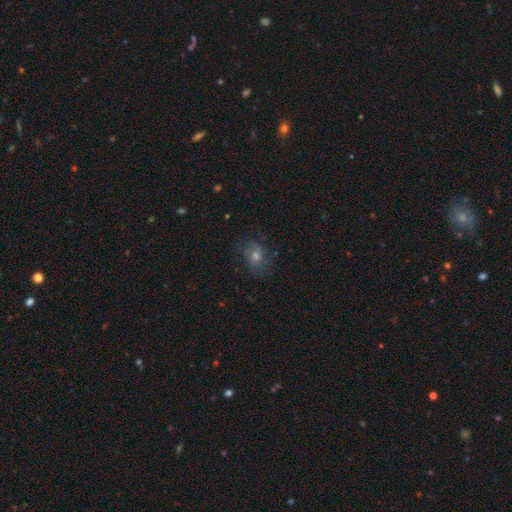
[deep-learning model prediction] Overall: featured or disk (44%; smooth 35%). Merging: none (71%).